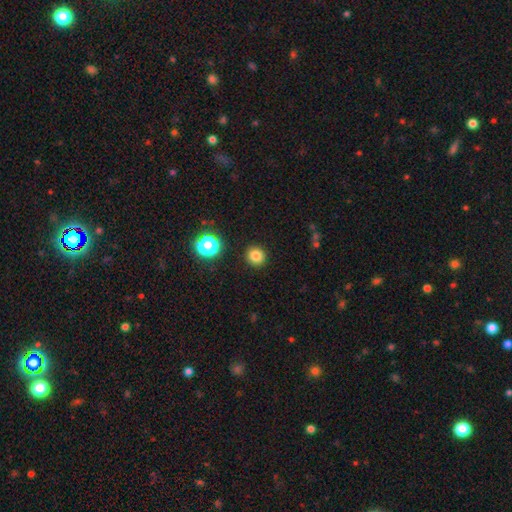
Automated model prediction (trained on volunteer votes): smooth 82%, star or artifact 14%, featured or disk 5%. Down the decision tree: how rounded — round (92%); merging — none (92%).